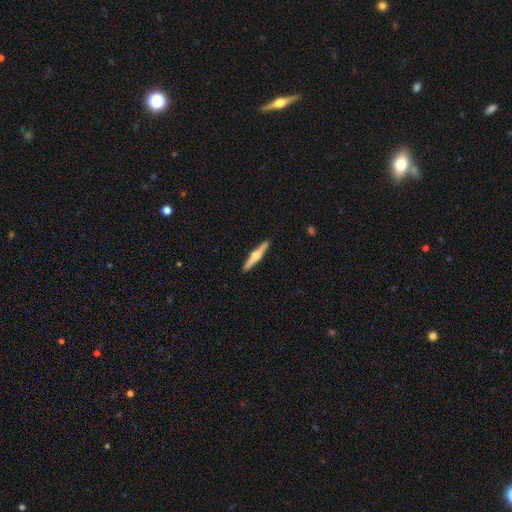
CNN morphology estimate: smooth-or-featured: featured or disk: 67% | smooth: 29% | star or artifact: 5%
  disk-edge-on: yes: 98% | no: 2%
    edge-on-bulge: rounded: 92% | boxy: 5% | none: 4%
  merging: none: 92% | minor disturbance: 6% | major disturbance: 1% | merger: 1%